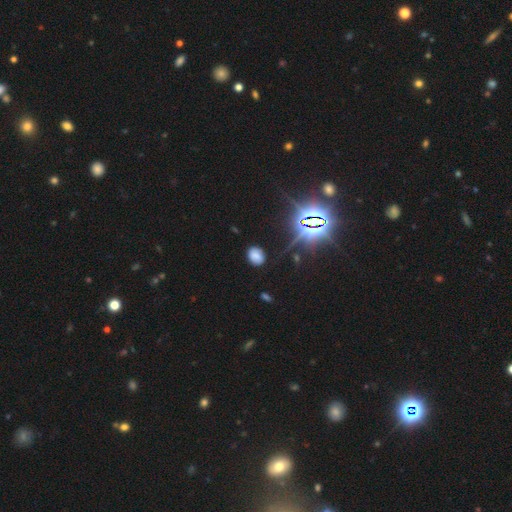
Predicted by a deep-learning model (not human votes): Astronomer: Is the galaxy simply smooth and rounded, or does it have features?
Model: smooth — 65%.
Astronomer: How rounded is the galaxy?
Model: in between — 60% (runner-up: round, 38%).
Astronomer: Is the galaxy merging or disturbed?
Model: none — 82%.